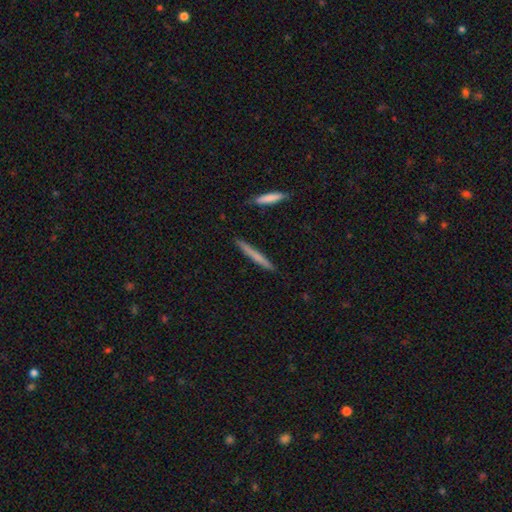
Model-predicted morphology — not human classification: Smooth or featured?
  - smooth: 64% *
  - featured or disk: 31%
  - star or artifact: 5%
How rounded?
  - cigar-shaped: 96% *
  - in between: 3%
  - round: 1%
Merging?
  - none: 89% *
  - minor disturbance: 7%
  - merger: 2%
  - major disturbance: 1%